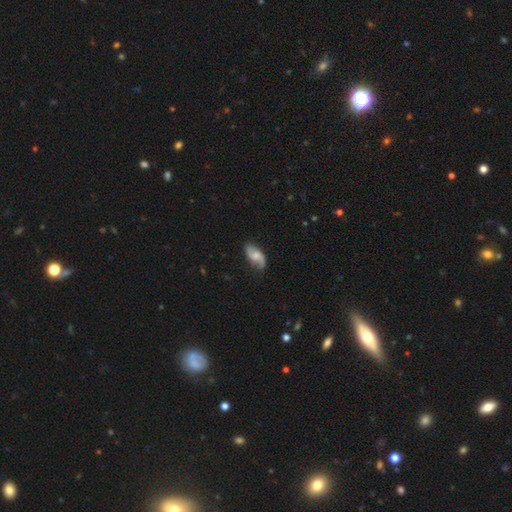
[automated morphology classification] featured or disk 66%, smooth 27%, star or artifact 6%. Down the decision tree: edge-on disk — no (95%); bar — no (56%); spiral arms — yes (93%); spiral arm count — 2 (86%); spiral winding — loose (59%); bulge size — moderate (45%); merging — none (70%).